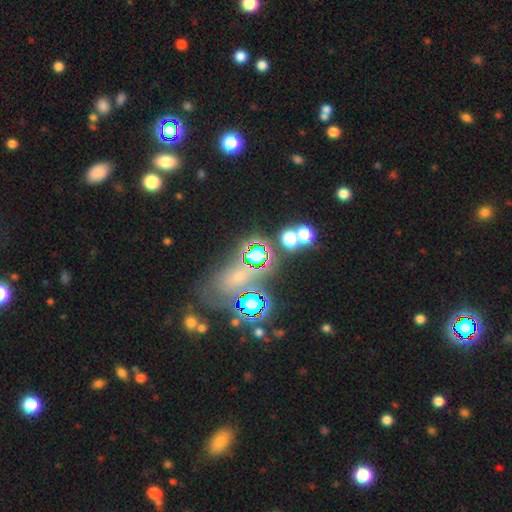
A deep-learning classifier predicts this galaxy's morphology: This is possibly a star or artifact rather than a galaxy (58%).